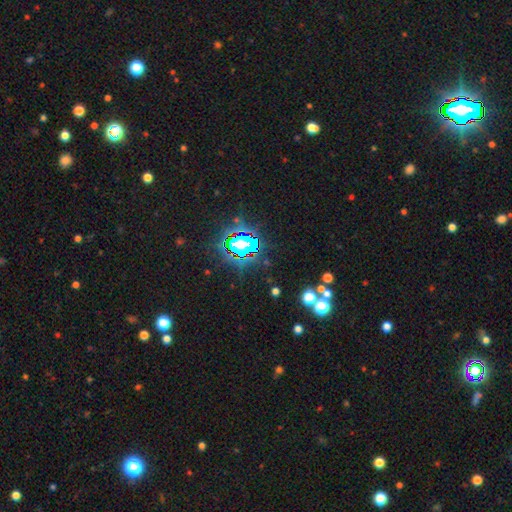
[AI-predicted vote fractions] A star or artifact, not a galaxy (84%).

Vote fractions:
- Smooth or featured? star or artifact: 84% / smooth: 9% / featured or disk: 7%